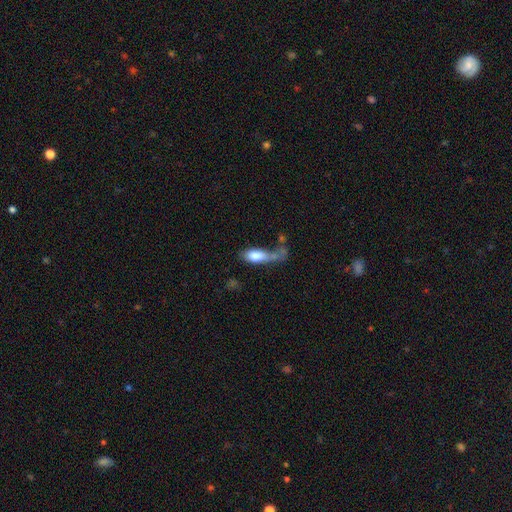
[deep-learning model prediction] Q: Smooth or featured?
A: smooth (74%); runner-up: featured or disk (19%)
Q: How rounded?
A: in between (74%); runner-up: cigar-shaped (22%)
Q: Merging?
A: major disturbance (33%); runner-up: none (24%)